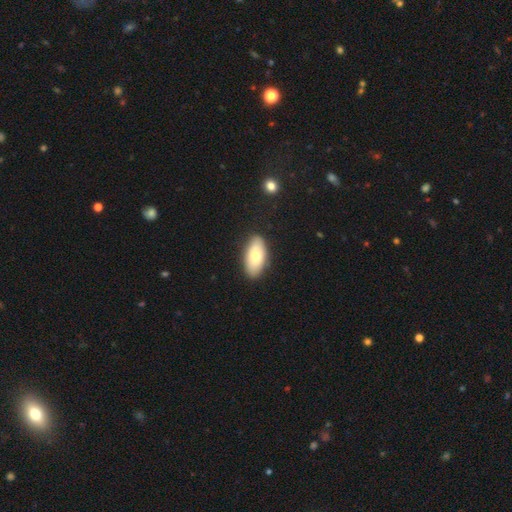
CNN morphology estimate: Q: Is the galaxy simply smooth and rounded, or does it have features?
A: smooth — 72%.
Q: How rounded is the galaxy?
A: in between — 92%.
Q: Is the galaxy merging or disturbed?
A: none — 86%.